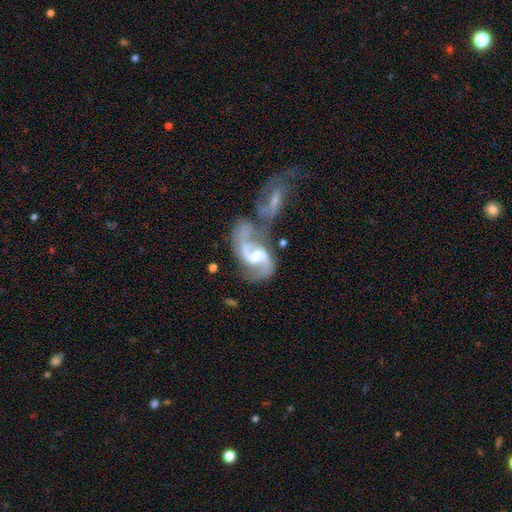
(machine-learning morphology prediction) Smooth or featured?
  - featured or disk: 89% *
  - smooth: 6%
  - star or artifact: 5%
Edge-on disk?
  - no: 98% *
  - yes: 2%
Bar?
  - weak: 53% *
  - no: 25%
  - strong: 22%
Spiral arms?
  - yes: 96% *
  - no: 4%
Spiral winding?
  - loose: 51% *
  - medium: 41%
  - tight: 8%
Spiral arm count?
  - 2: 92% *
  - 1: 3%
  - can't tell: 3%
  - 3: 1%
  - 4: 1%
  - more than 4: 1%
Bulge size?
  - moderate: 42% *
  - small: 39%
  - none: 12%
  - large: 5%
  - dominant: 1%
Merging?
  - merger: 57% *
  - none: 23%
  - minor disturbance: 10%
  - major disturbance: 10%